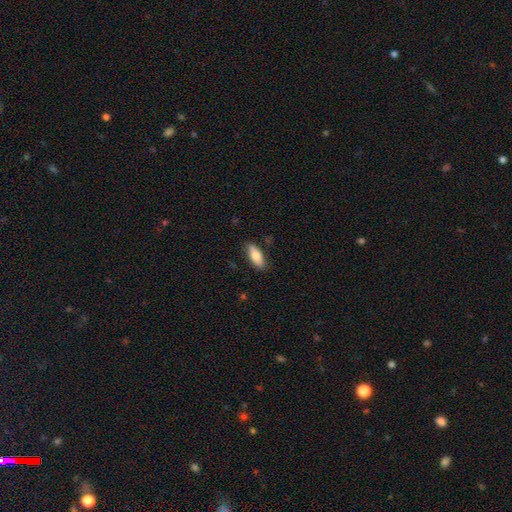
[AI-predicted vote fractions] smooth-or-featured: smooth: 77% | featured or disk: 17% | star or artifact: 6%
  how-rounded: in between: 75% | cigar-shaped: 23% | round: 2%
  merging: none: 85% | minor disturbance: 12% | major disturbance: 2% | merger: 1%